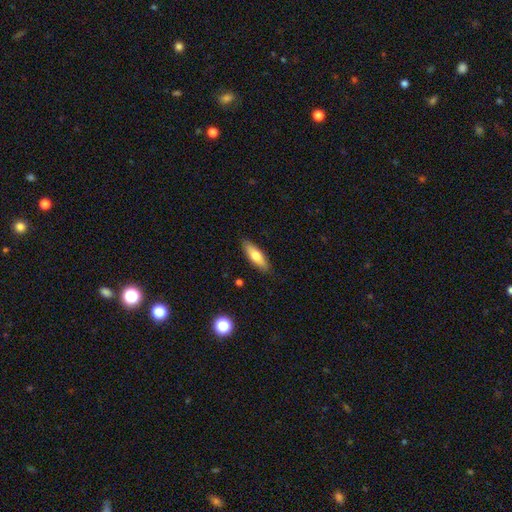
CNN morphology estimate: This is likely a smooth galaxy (70%). How rounded: possibly in between (53%). Merging: clearly none (87%).